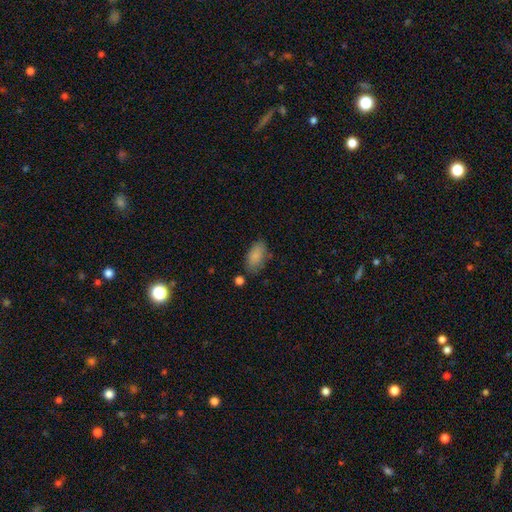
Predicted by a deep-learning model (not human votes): Q: Smooth or featured?
A: smooth (86%); runner-up: star or artifact (7%)
Q: How rounded?
A: in between (92%); runner-up: cigar-shaped (4%)
Q: Merging?
A: none (71%); runner-up: minor disturbance (19%)